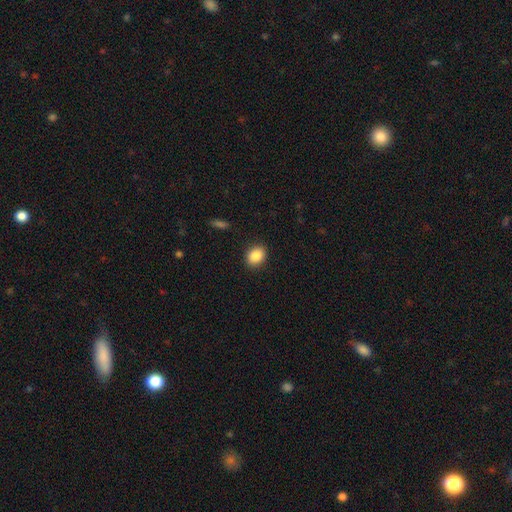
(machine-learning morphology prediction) Smooth or featured? smooth (87%)
How rounded? in between (51%)
Merging? none (89%)